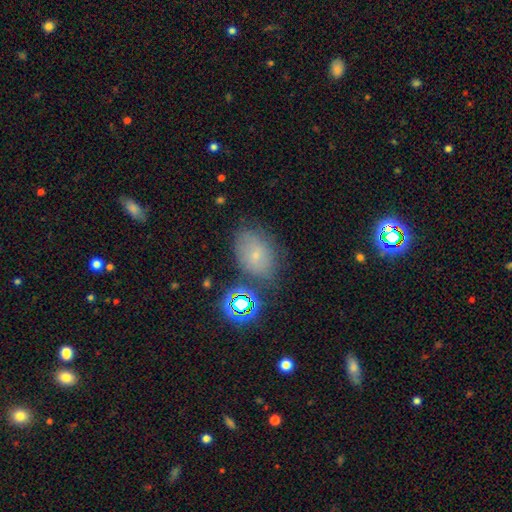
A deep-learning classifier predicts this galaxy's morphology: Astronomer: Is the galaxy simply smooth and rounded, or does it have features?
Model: smooth — 58%.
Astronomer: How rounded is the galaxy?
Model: in between — 77%.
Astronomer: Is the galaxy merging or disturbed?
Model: none — 66%.